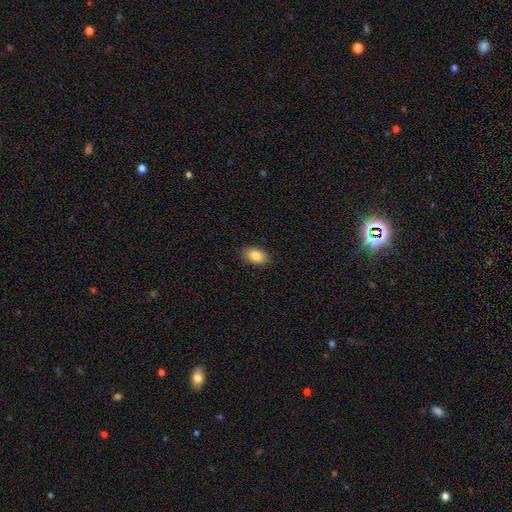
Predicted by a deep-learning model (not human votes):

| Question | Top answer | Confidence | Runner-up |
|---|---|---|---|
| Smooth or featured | smooth | 86% | star or artifact (8%) |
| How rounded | in between | 87% | round (12%) |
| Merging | none | 87% | minor disturbance (10%) |